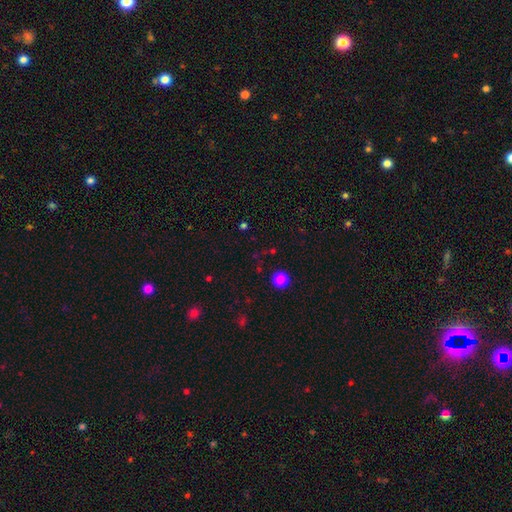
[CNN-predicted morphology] Smooth or featured? smooth (65%)
How rounded? round (90%)
Merging? none (88%)